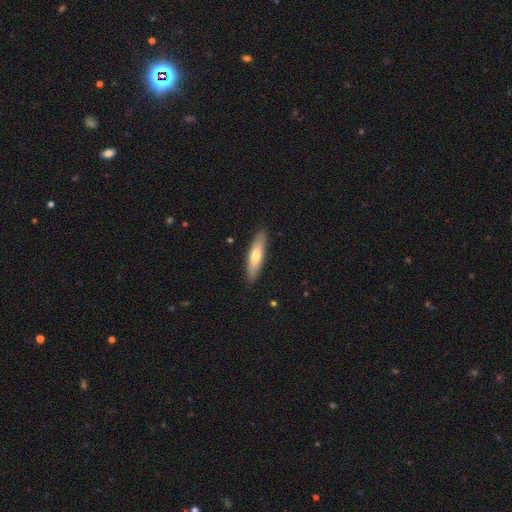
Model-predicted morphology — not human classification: A smooth galaxy with no disk features (64%) that is cigar-shaped (69%).

Vote fractions:
- Smooth or featured? smooth: 64% / featured or disk: 31% / star or artifact: 5%
- How rounded? cigar-shaped: 69% / in between: 30% / round: 2%
- Merging? none: 89% / minor disturbance: 9% / major disturbance: 2% / merger: 1%